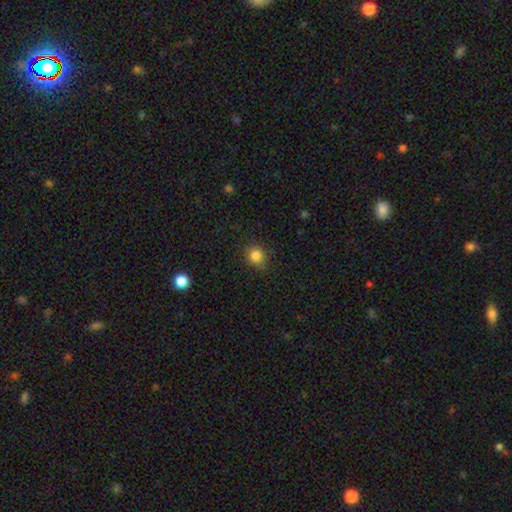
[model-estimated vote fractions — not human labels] Q: Smooth or featured?
A: smooth (84%); runner-up: star or artifact (12%)
Q: How rounded?
A: round (82%); runner-up: in between (17%)
Q: Merging?
A: none (79%); runner-up: minor disturbance (16%)